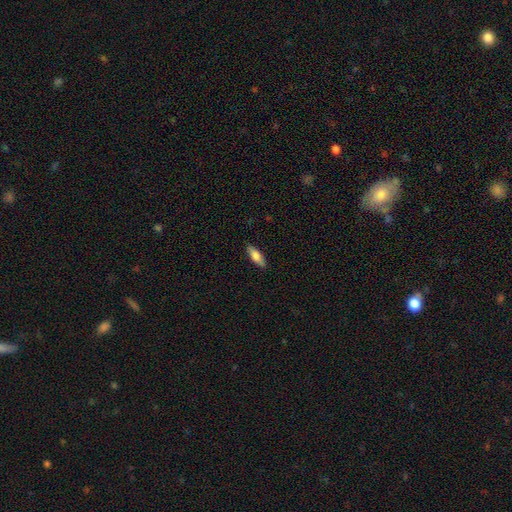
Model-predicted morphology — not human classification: Q: Smooth or featured?
A: smooth (78%); runner-up: featured or disk (16%)
Q: How rounded?
A: in between (61%); runner-up: cigar-shaped (37%)
Q: Merging?
A: none (87%); runner-up: minor disturbance (10%)